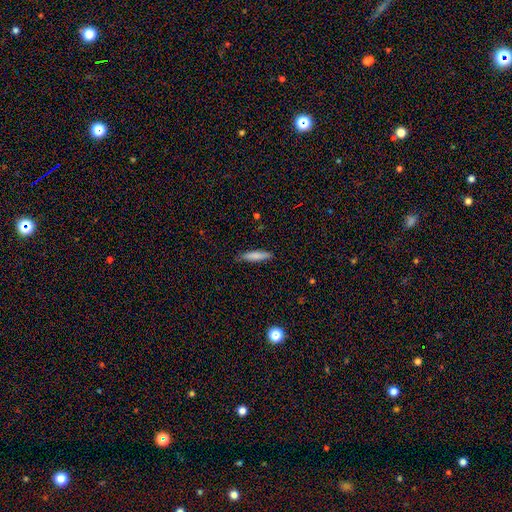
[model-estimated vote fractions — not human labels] The model was most divided on "how rounded": cigar-shaped: 80%, in between: 19%, round: 1%. More confident: merging — none (85%); smooth or featured — smooth (82%).